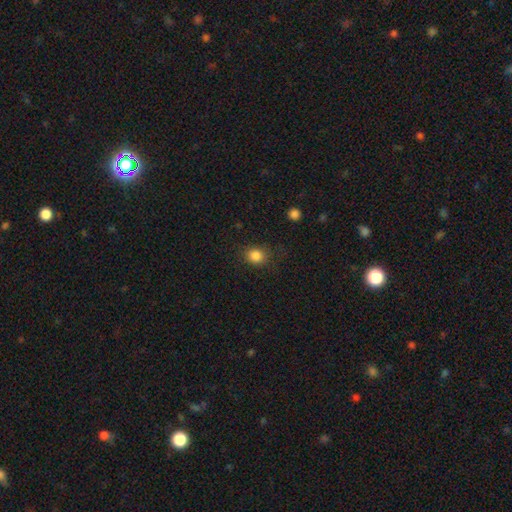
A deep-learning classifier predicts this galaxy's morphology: smooth-or-featured: smooth: 84% | star or artifact: 11% | featured or disk: 4%
  how-rounded: round: 76% | in between: 23% | cigar-shaped: 1%
  merging: none: 82% | minor disturbance: 12% | major disturbance: 4% | merger: 1%